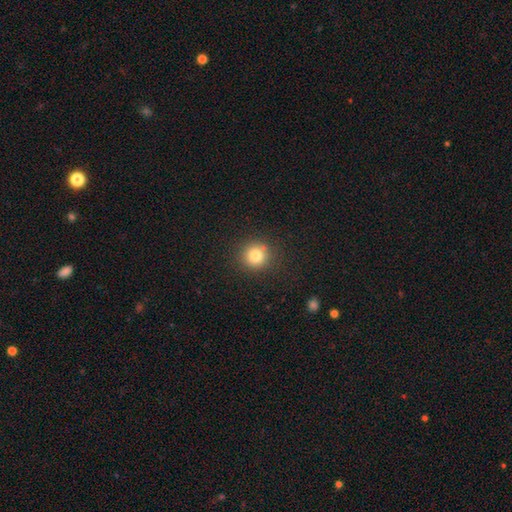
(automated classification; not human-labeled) A smooth galaxy with no disk features (80%) that is round (93%).

Vote fractions:
- Smooth or featured? smooth: 80% / star or artifact: 13% / featured or disk: 7%
- How rounded? round: 93% / in between: 6% / cigar-shaped: 1%
- Merging? none: 87% / minor disturbance: 8% / major disturbance: 3% / merger: 2%